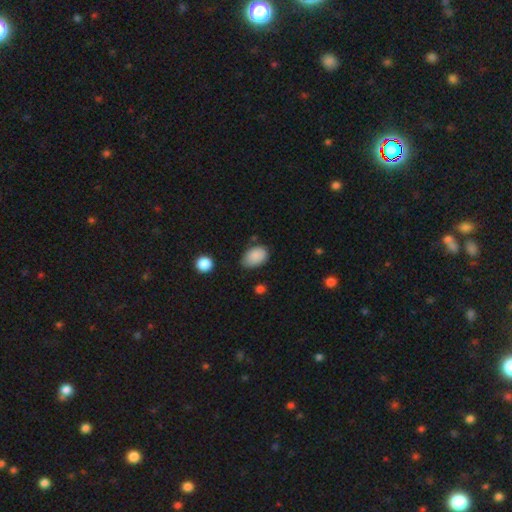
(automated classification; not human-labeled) Smooth or featured? smooth (88%)
How rounded? in between (87%)
Merging? none (63%)